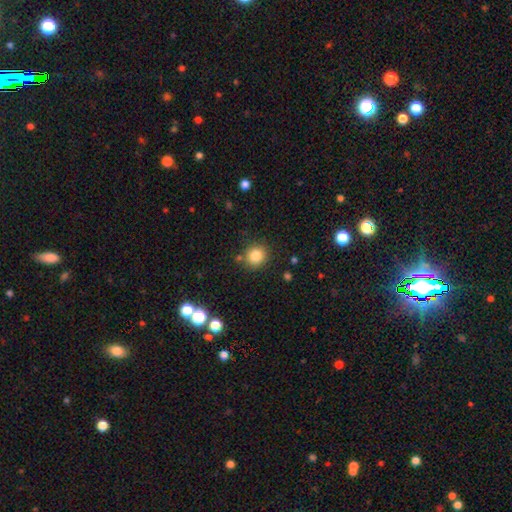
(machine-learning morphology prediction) Overall: smooth (83%). How rounded: round (90%). Merging: none (84%).